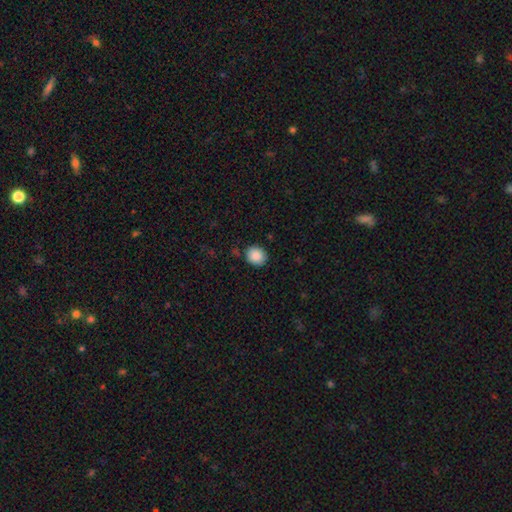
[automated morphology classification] The model was most divided on "how rounded": round: 78%, in between: 21%, cigar-shaped: 1%. More confident: smooth or featured — smooth (89%); merging — none (86%).